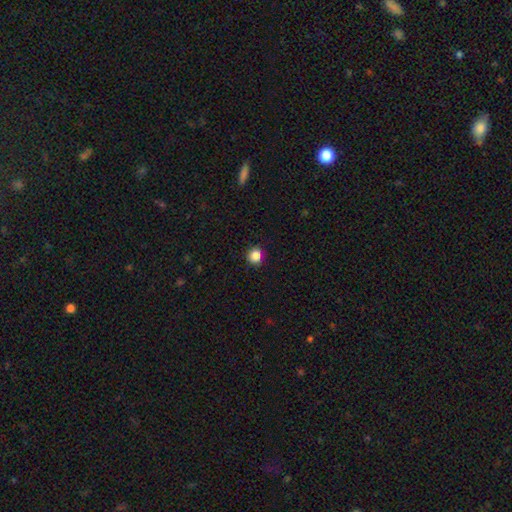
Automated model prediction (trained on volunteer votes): Smooth or featured? smooth (85%)
How rounded? round (89%)
Merging? none (89%)